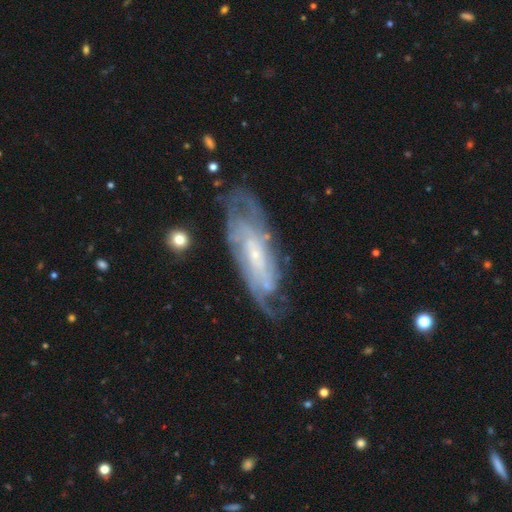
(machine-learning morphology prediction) Smooth or featured? Predicted: featured or disk (p=0.81). Edge-on disk? Predicted: no (p=0.86). Bar? Predicted: no (p=0.57). Spiral arms? Predicted: yes (p=0.91). Spiral winding? Predicted: tight (p=0.61). Spiral arm count? Predicted: can't tell (p=0.49). Bulge size? Predicted: small (p=0.78). Merging? Predicted: none (p=0.70).